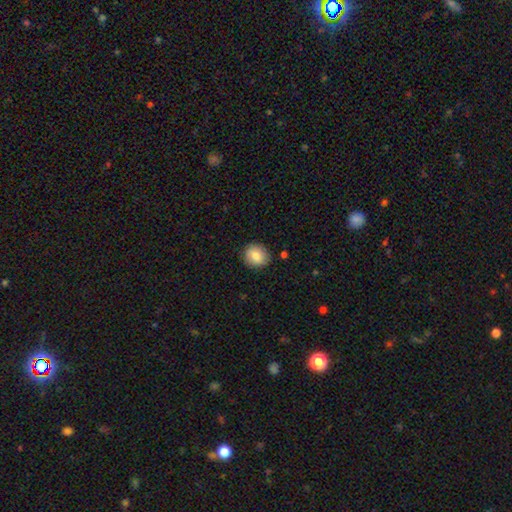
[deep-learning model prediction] Smooth or featured? Predicted: smooth (p=0.80). How rounded? Predicted: round (p=0.83). Merging? Predicted: none (p=0.86).